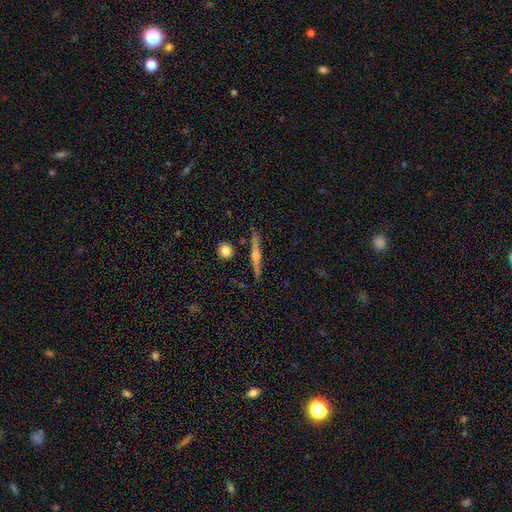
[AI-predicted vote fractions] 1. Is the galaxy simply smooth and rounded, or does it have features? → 78% featured or disk, 15% smooth, 7% star or artifact.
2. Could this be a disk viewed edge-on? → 98% yes, 2% no.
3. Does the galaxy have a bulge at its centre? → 88% rounded, 7% none, 5% boxy.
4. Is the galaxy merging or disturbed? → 89% none, 7% minor disturbance, 2% merger, 2% major disturbance.